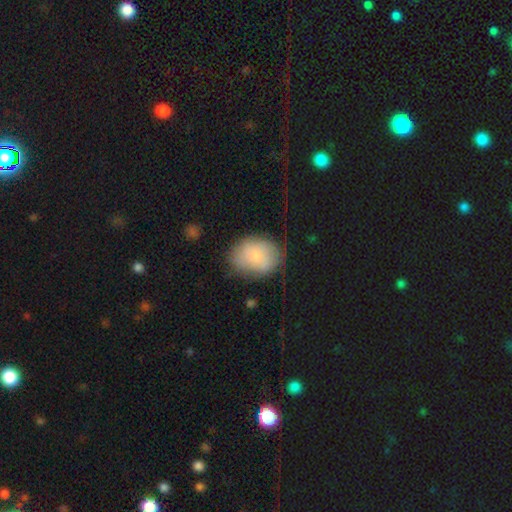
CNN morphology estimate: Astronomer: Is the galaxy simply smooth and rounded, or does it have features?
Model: smooth — 74%.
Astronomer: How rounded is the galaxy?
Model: in between — 64%.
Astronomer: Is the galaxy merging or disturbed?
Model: none — 68%.